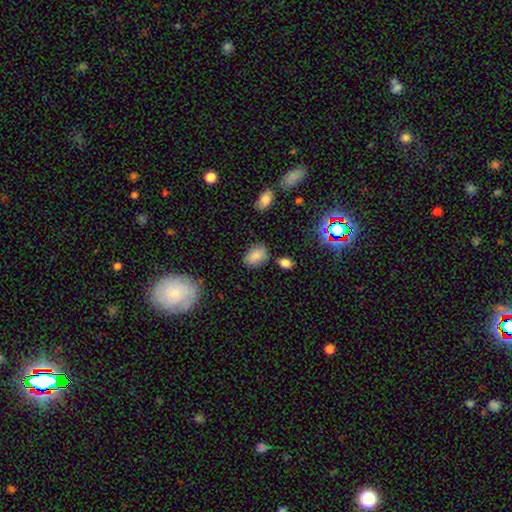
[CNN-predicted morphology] A smooth galaxy with no disk features (82%) that is in between round and cigar-shaped (81%).

Vote fractions:
- Smooth or featured? smooth: 82% / star or artifact: 10% / featured or disk: 7%
- How rounded? in between: 81% / round: 18% / cigar-shaped: 1%
- Merging? none: 76% / minor disturbance: 16% / merger: 5% / major disturbance: 4%